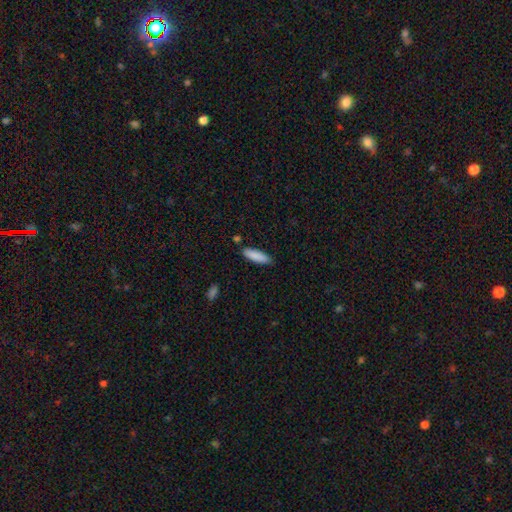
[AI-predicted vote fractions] A smooth galaxy with no disk features (88%) that is cigar-shaped (58%).

Vote fractions:
- Smooth or featured? smooth: 88% / featured or disk: 6% / star or artifact: 6%
- How rounded? cigar-shaped: 58% / in between: 41% / round: 1%
- Merging? none: 82% / minor disturbance: 13% / merger: 3% / major disturbance: 2%